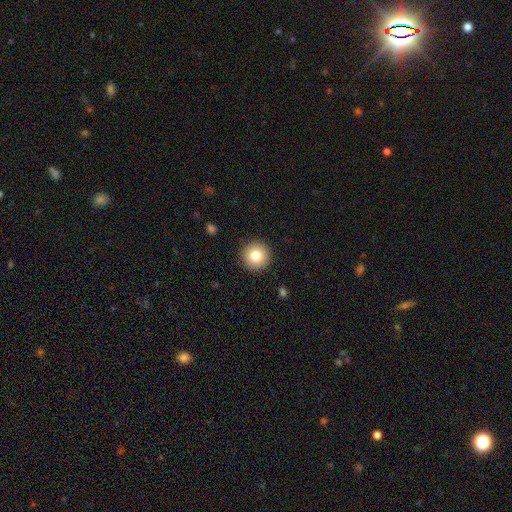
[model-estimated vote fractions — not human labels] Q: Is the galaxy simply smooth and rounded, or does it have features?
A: smooth — 80%.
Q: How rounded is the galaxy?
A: round — 96%.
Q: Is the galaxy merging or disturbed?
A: none — 92%.